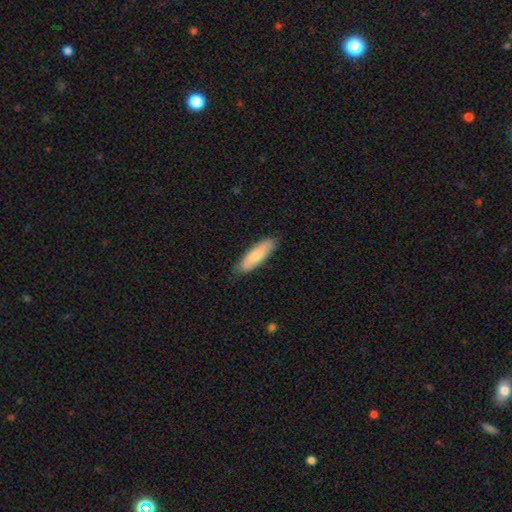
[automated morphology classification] Smooth or featured: smooth — 76% (featured or disk — 18%)
How rounded: cigar-shaped — 56% (in between — 42%)
Merging: none — 82% (minor disturbance — 15%)